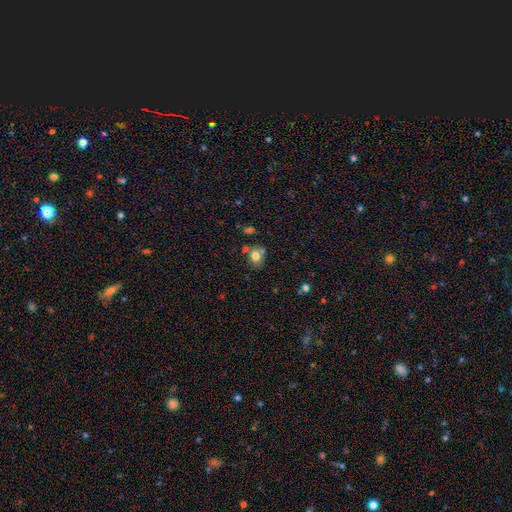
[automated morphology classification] Smooth or featured? Predicted: smooth (p=0.76). How rounded? Predicted: round (p=0.59). Merging? Predicted: none (p=0.62).